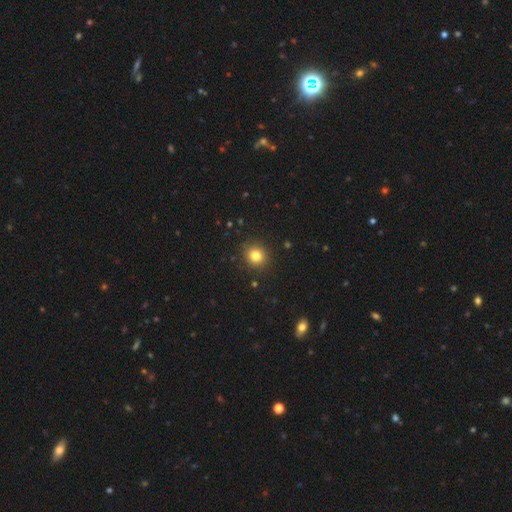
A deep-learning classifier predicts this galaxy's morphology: type=smooth (81%); roundness=round (88%); merging=none (90%).